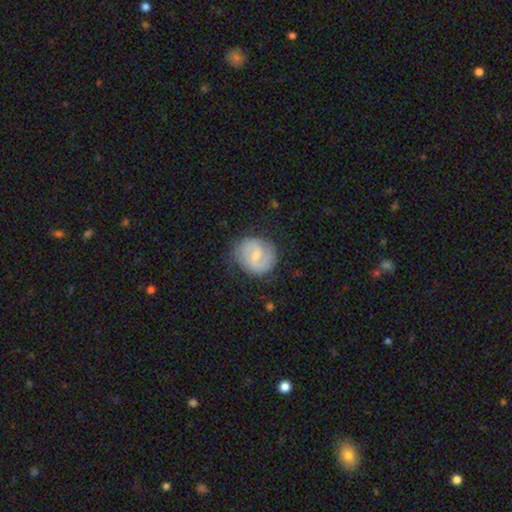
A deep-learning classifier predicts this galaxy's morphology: Smooth or featured?
  - featured or disk: 59% *
  - smooth: 35%
  - star or artifact: 6%
Edge-on disk?
  - no: 98% *
  - yes: 2%
Bar?
  - weak: 62% *
  - no: 21%
  - strong: 17%
Spiral arms?
  - yes: 84% *
  - no: 16%
Bulge size?
  - small: 56% *
  - moderate: 36%
  - none: 5%
  - large: 2%
  - dominant: 1%
Merging?
  - none: 73% *
  - minor disturbance: 19%
  - major disturbance: 6%
  - merger: 1%